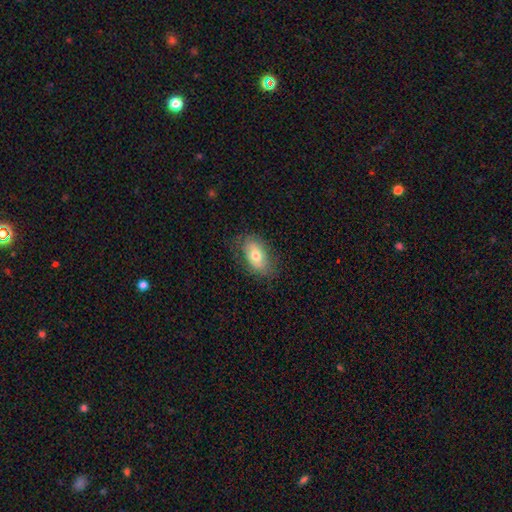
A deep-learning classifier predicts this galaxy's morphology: Overall: smooth (68%). How rounded: in between (91%). Merging: none (75%).